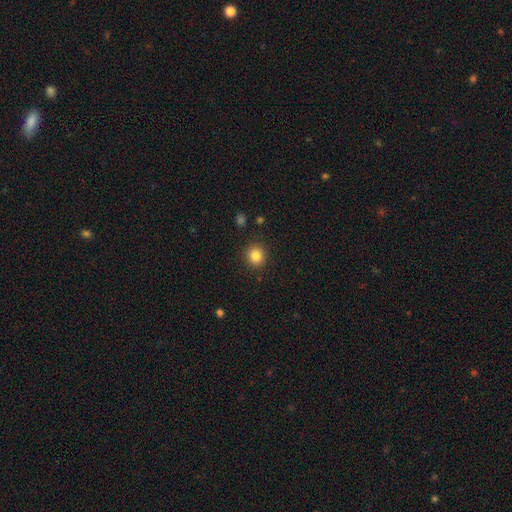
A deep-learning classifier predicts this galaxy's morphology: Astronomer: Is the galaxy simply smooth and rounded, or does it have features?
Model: smooth — 83%.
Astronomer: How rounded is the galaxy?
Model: round — 89%.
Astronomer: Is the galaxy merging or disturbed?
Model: none — 90%.